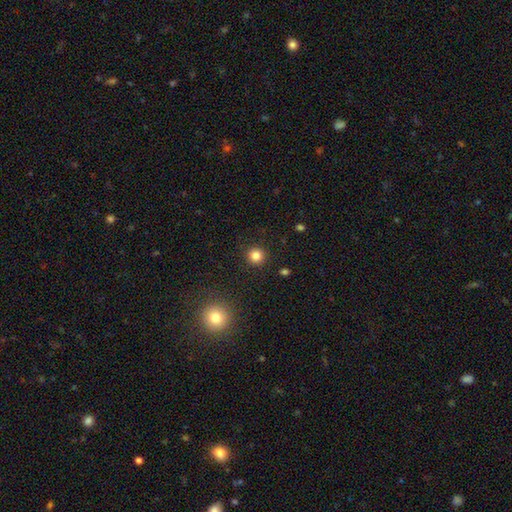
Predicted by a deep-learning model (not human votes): smooth_or_featured: smooth (p=0.82) [alt: star or artifact p=0.13]
how_rounded: round (p=0.94) [alt: in between p=0.05]
merging: none (p=0.91) [alt: minor disturbance p=0.05]